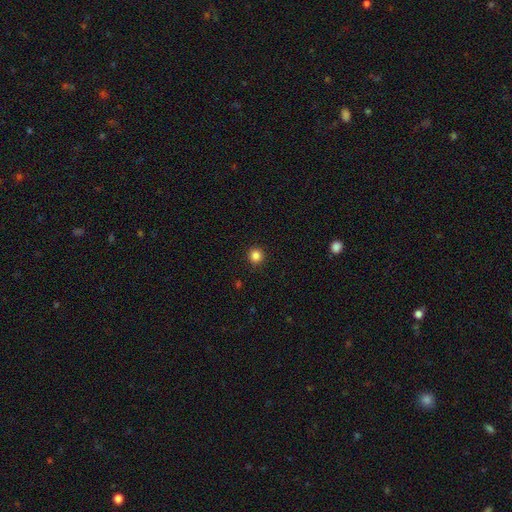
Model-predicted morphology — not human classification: smooth-or-featured: smooth: 85% | star or artifact: 12% | featured or disk: 3%
  how-rounded: round: 94% | in between: 5% | cigar-shaped: 1%
  merging: none: 92% | minor disturbance: 5% | major disturbance: 2% | merger: 1%